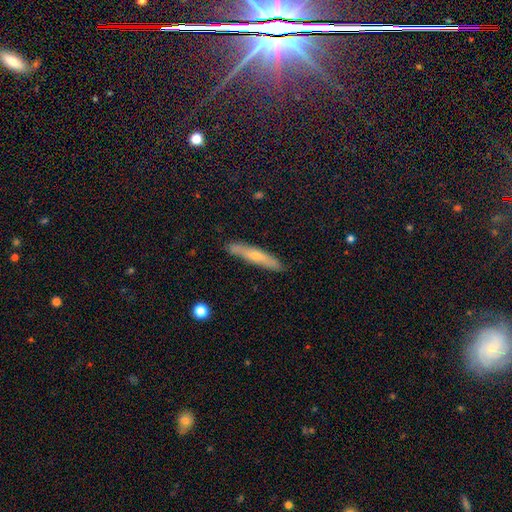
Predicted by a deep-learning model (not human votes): smooth 47%, featured or disk 46%, star or artifact 8%. Down the decision tree: merging — none (84%).